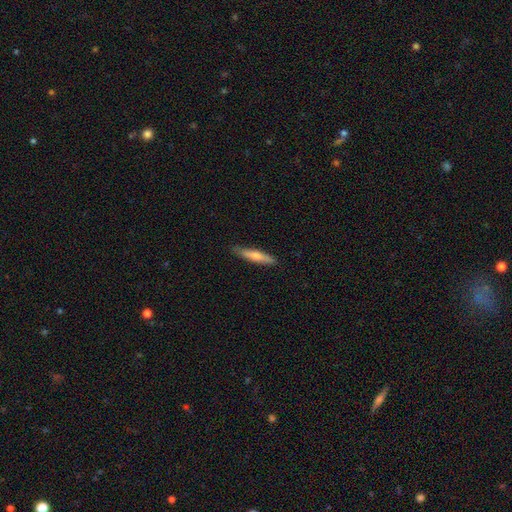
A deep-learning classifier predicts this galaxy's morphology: Smooth or featured: smooth — 62% (featured or disk — 32%)
How rounded: cigar-shaped — 87% (in between — 11%)
Merging: none — 86% (minor disturbance — 11%)